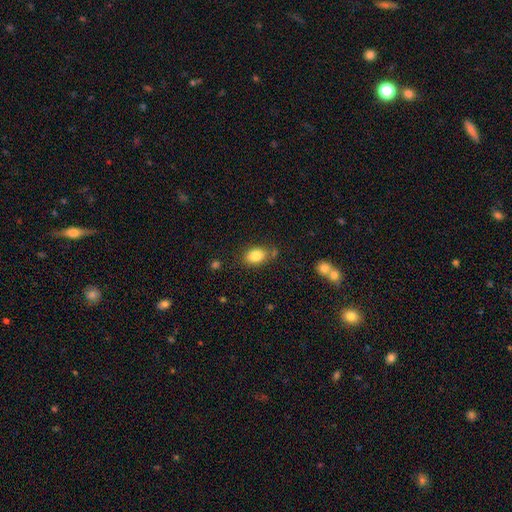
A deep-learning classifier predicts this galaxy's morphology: Overall: smooth (84%). How rounded: in between (83%). Merging: none (74%).